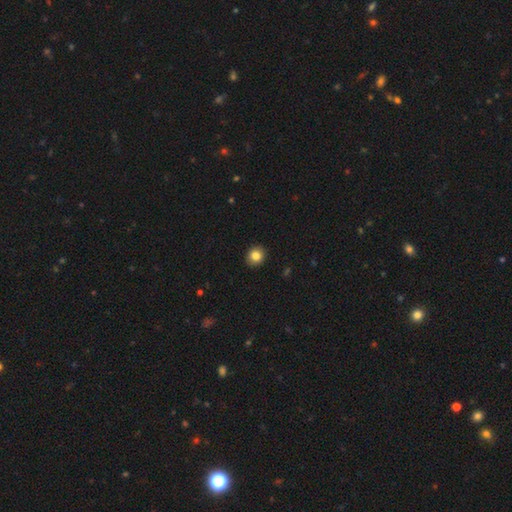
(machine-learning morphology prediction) Q: Smooth or featured?
A: smooth (84%); runner-up: star or artifact (10%)
Q: How rounded?
A: round (86%); runner-up: in between (13%)
Q: Merging?
A: none (92%); runner-up: minor disturbance (6%)